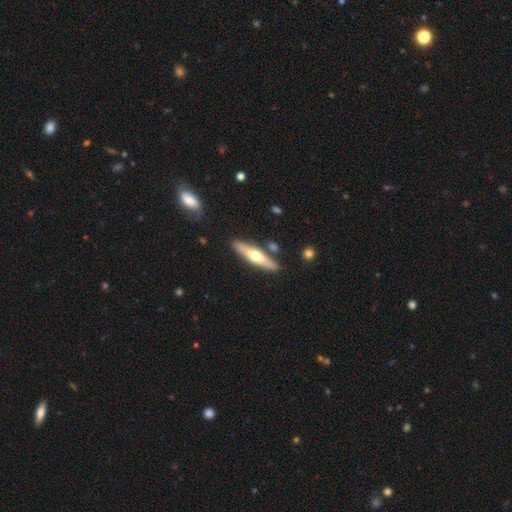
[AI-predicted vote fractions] A featured or disk galaxy (48%).

Vote fractions:
- Smooth or featured? featured or disk: 48% / smooth: 46% / star or artifact: 5%
- Merging? none: 84% / minor disturbance: 9% / merger: 5% / major disturbance: 2%